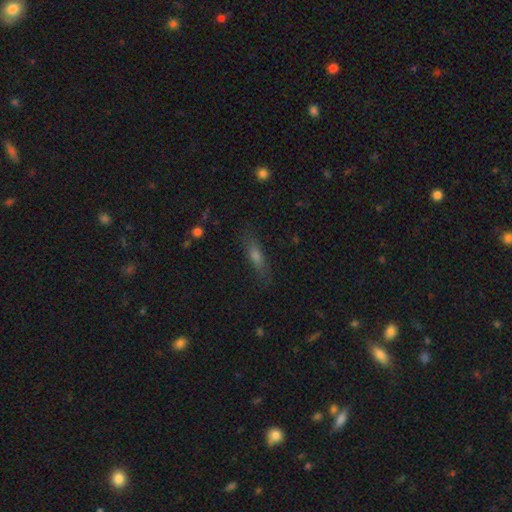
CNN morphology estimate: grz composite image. It shows a smooth galaxy with no disk features (55%) that is cigar-shaped (68%). Merging: none (79%).